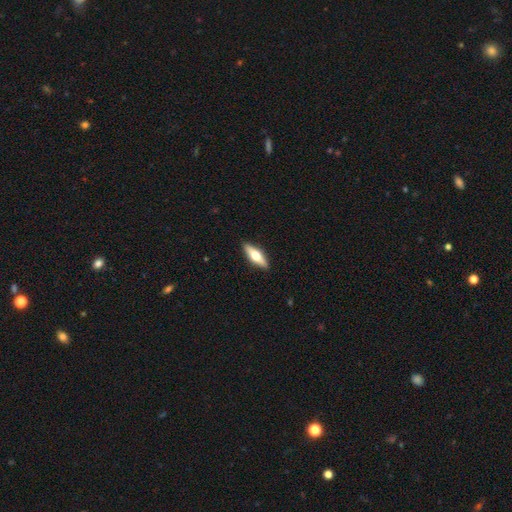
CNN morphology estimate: Smooth or featured? Predicted: featured or disk (p=0.50). Edge-on disk? Predicted: yes (p=0.92). Merging? Predicted: none (p=0.90).